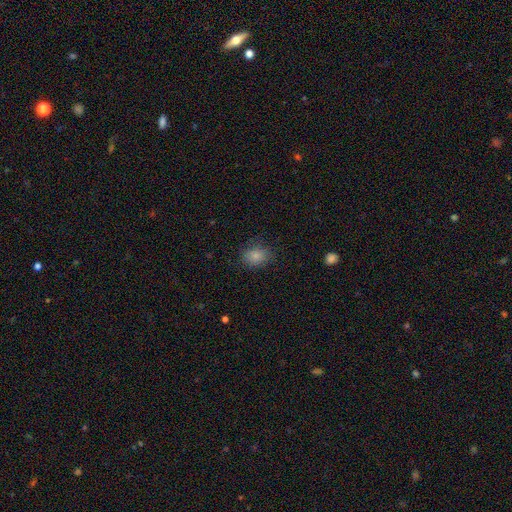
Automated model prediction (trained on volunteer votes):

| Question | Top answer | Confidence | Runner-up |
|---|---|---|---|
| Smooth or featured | smooth | 83% | star or artifact (10%) |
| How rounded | in between | 50% | round (49%) |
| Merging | none | 78% | minor disturbance (16%) |